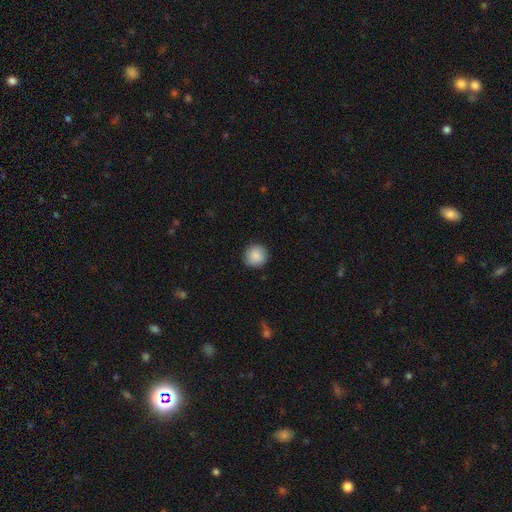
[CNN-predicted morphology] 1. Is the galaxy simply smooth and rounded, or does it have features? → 89% smooth, 7% star or artifact, 4% featured or disk.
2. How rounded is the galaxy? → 93% round, 6% in between, 1% cigar-shaped.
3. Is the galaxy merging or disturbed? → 90% none, 7% minor disturbance, 2% major disturbance, 1% merger.